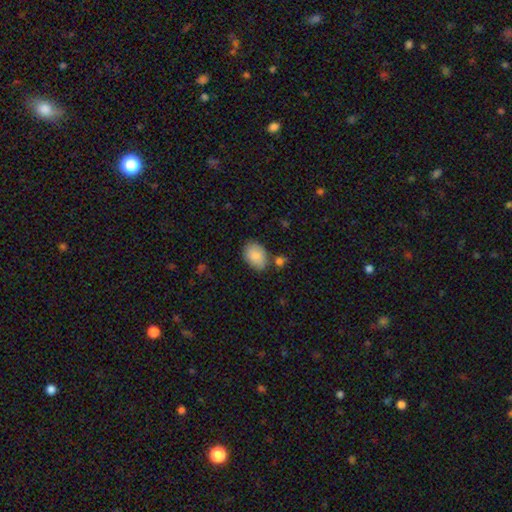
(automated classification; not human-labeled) This is clearly a smooth galaxy (85%). How rounded: likely in between (78%). Merging: likely none (71%).